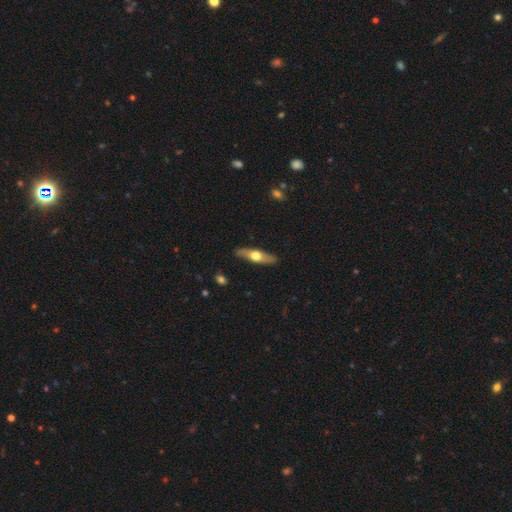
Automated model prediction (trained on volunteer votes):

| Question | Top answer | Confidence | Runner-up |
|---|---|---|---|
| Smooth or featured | featured or disk | 53% | smooth (42%) |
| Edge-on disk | yes | 86% | no (14%) |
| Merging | none | 88% | minor disturbance (9%) |